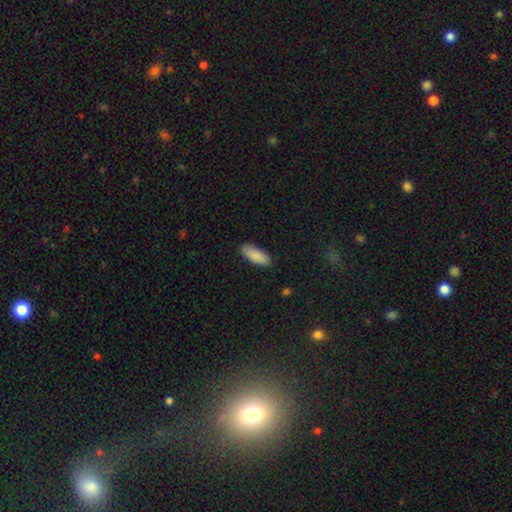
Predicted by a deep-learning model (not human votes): Smooth or featured? smooth (89%)
How rounded? in between (78%)
Merging? none (87%)